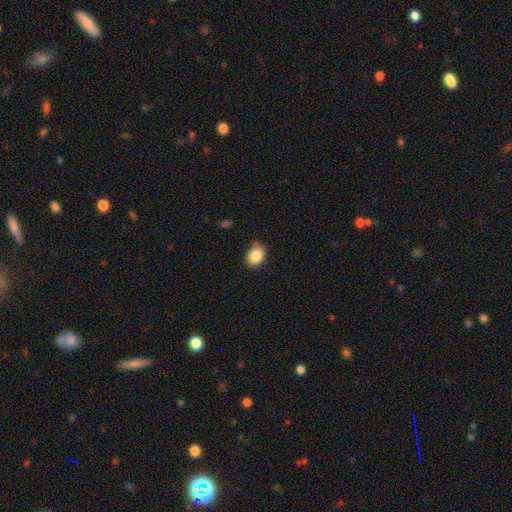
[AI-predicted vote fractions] smooth 86%, star or artifact 9%, featured or disk 6%. Down the decision tree: how rounded — in between (51%); merging — none (74%).